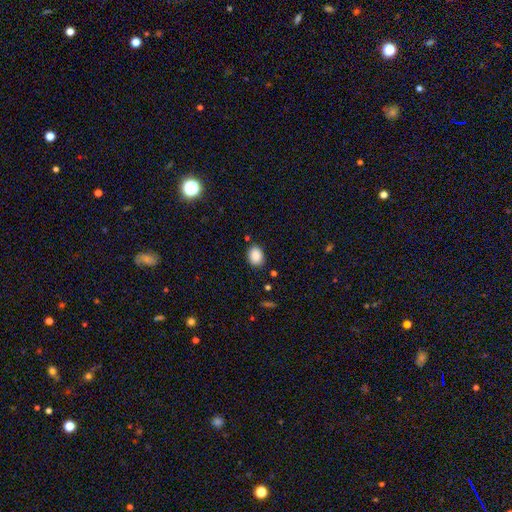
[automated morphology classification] smooth 88%, star or artifact 8%, featured or disk 3%. Down the decision tree: how rounded — in between (66%); merging — none (84%).